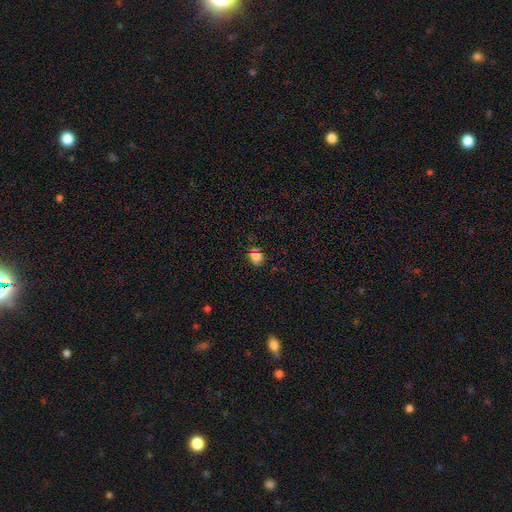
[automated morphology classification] Smooth or featured? smooth (69%)
How rounded? round (68%)
Merging? none (81%)